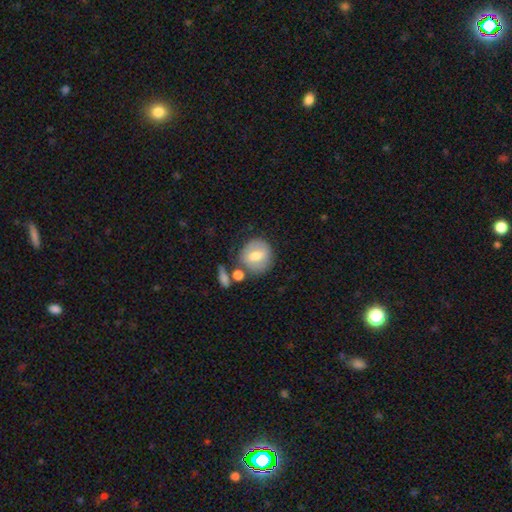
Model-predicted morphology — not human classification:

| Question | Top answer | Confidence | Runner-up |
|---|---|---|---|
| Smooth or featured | smooth | 65% | featured or disk (28%) |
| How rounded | round | 87% | in between (12%) |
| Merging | none | 68% | minor disturbance (14%) |